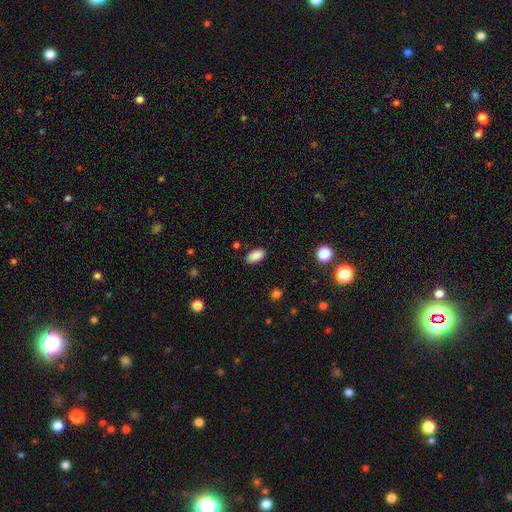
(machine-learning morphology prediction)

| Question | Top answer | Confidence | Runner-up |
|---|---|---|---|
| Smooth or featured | smooth | 89% | star or artifact (8%) |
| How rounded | in between | 94% | round (4%) |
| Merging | none | 88% | minor disturbance (9%) |